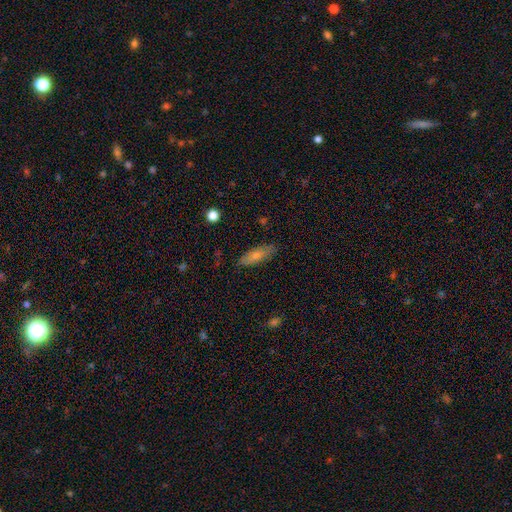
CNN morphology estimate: A smooth galaxy with no disk features (75%) that is in between round and cigar-shaped (61%).

Vote fractions:
- Smooth or featured? smooth: 75% / featured or disk: 19% / star or artifact: 7%
- How rounded? in between: 61% / cigar-shaped: 37% / round: 2%
- Merging? none: 82% / minor disturbance: 14% / major disturbance: 3% / merger: 1%